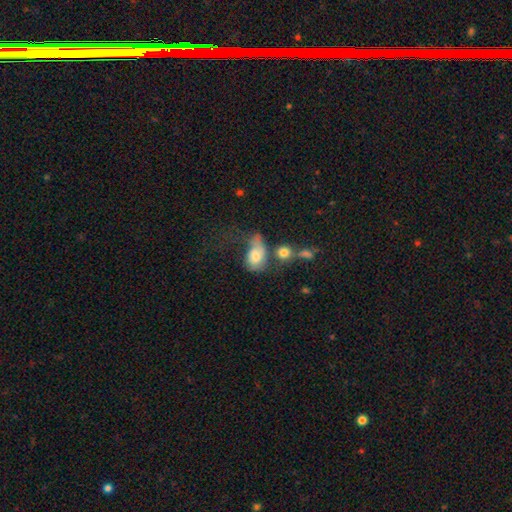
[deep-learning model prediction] A smooth galaxy with no disk features (63%) that is in between round and cigar-shaped (77%). Merging: major disturbance (35%).